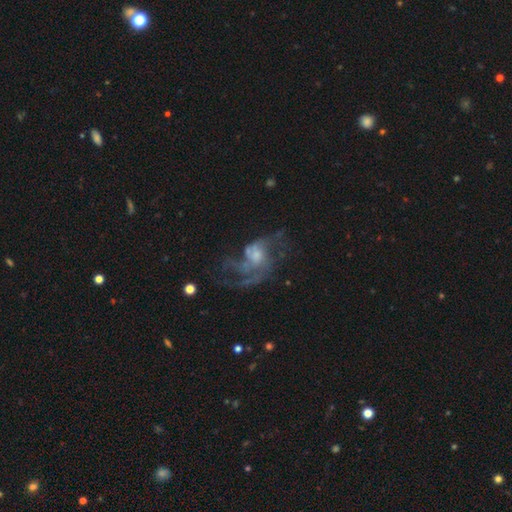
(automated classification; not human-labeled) Smooth or featured?
  - featured or disk: 77% *
  - smooth: 11%
  - star or artifact: 11%
Edge-on disk?
  - no: 97% *
  - yes: 3%
Bar?
  - no: 70% *
  - weak: 26%
  - strong: 4%
Spiral arms?
  - yes: 84% *
  - no: 16%
Spiral winding?
  - loose: 49% *
  - medium: 38%
  - tight: 14%
Spiral arm count?
  - 2: 26% * (tied)
  - can't tell: 26% * (tied)
  - 3: 24%
  - 1: 9%
  - 4: 9%
  - more than 4: 6%
Bulge size?
  - moderate: 42% *
  - small: 39%
  - none: 11%
  - large: 7%
  - dominant: 2%
Merging?
  - none: 41% *
  - major disturbance: 40%
  - minor disturbance: 16%
  - merger: 4%